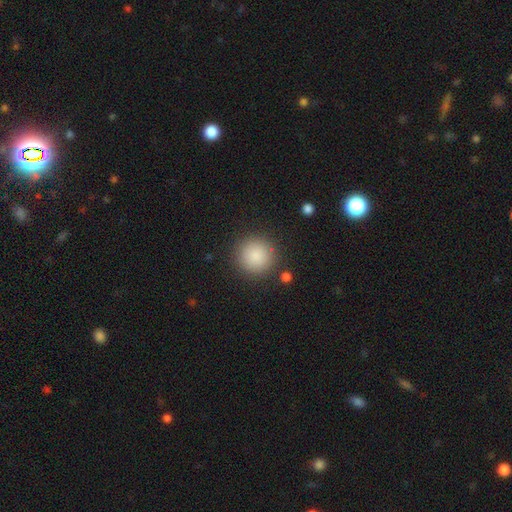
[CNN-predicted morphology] This is clearly a smooth galaxy (87%). How rounded: clearly round (95%). Merging: clearly none (87%).